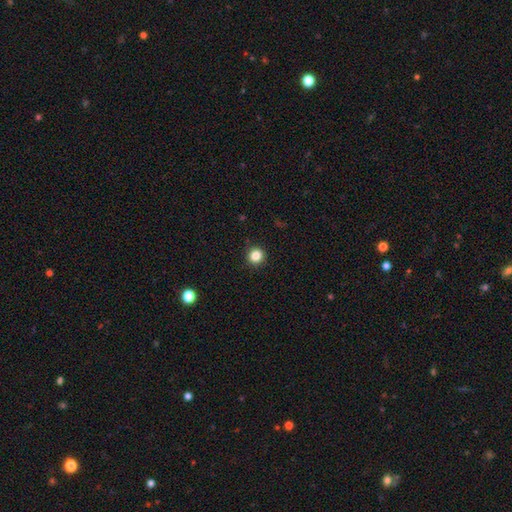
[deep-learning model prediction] Smooth or featured?
  - smooth: 85% *
  - star or artifact: 11%
  - featured or disk: 4%
How rounded?
  - round: 94% *
  - in between: 6%
  - cigar-shaped: 1%
Merging?
  - none: 92% *
  - minor disturbance: 5%
  - major disturbance: 2%
  - merger: 1%